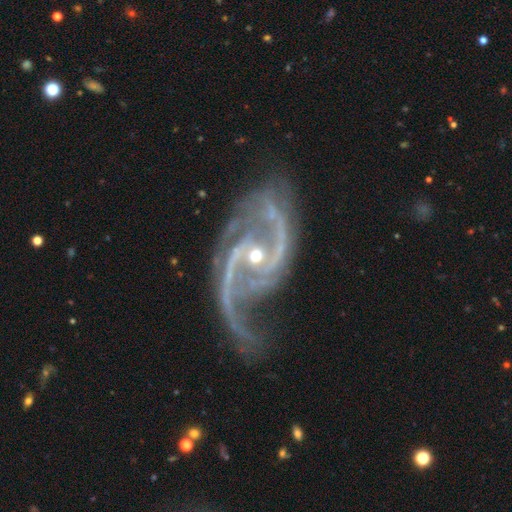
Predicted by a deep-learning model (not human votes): The model was most divided on "spiral winding": medium: 46%, loose: 41%, tight: 13%. Remaining: spiral arms — yes (98%); edge-on disk — no (98%); smooth or featured — featured or disk (93%); spiral arm count — 2 (85%); bulge size — small (70%); merging — none (53%); bar — no (44%).